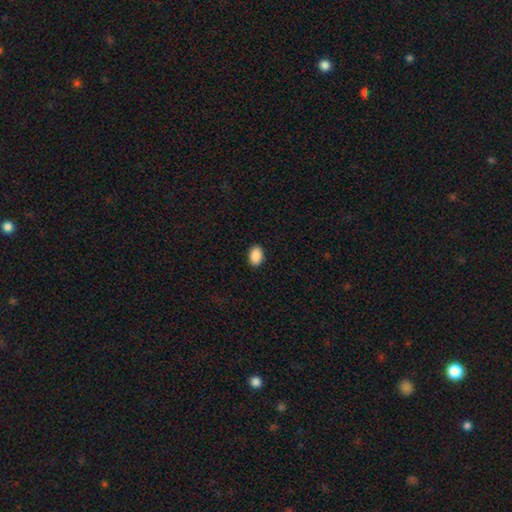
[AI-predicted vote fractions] Morphology: type=smooth (90%); roundness=in between (87%); merging=none (90%).